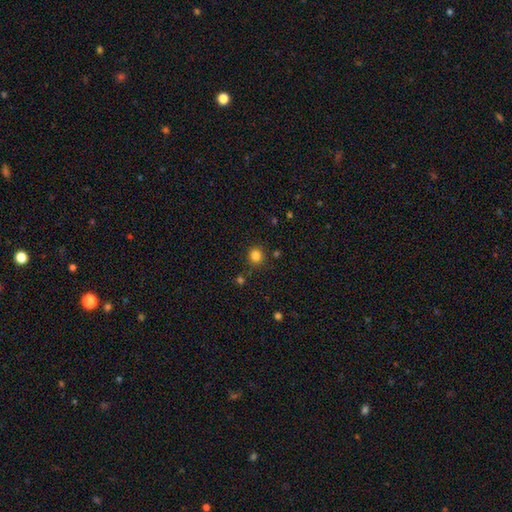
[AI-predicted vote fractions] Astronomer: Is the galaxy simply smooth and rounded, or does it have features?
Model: smooth — 83%.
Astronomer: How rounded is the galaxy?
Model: round — 89%.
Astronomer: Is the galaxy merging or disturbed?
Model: none — 86%.